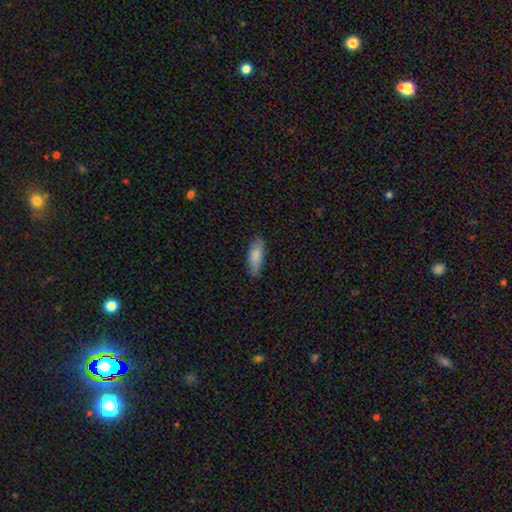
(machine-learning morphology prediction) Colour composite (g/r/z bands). It shows a smooth galaxy with no disk features (86%) that is in between round and cigar-shaped (65%). Merging: none (82%).